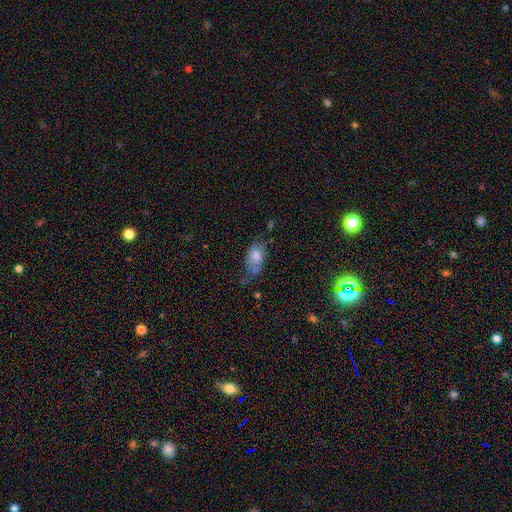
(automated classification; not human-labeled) This appears to be a smooth galaxy with no disk features (74%) that is in between round and cigar-shaped (84%). Merging: none (38%).